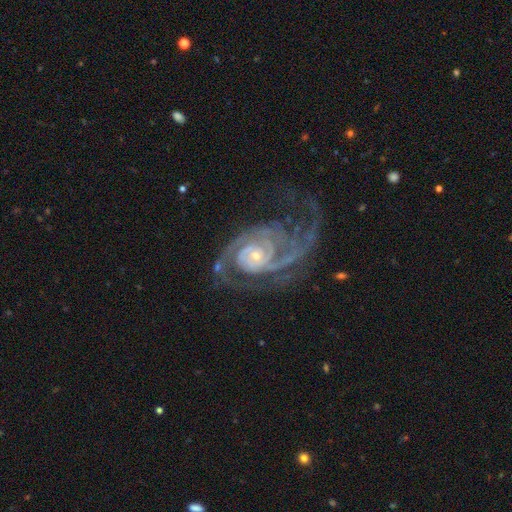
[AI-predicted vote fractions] Smooth or featured? Predicted: featured or disk (p=0.92). Edge-on disk? Predicted: no (p=0.98). Bar? Predicted: no (p=0.70). Spiral arms? Predicted: yes (p=0.98). Spiral winding? Predicted: tight (p=0.49). Spiral arm count? Predicted: 2 (p=0.61). Bulge size? Predicted: small (p=0.72). Merging? Predicted: none (p=0.55).